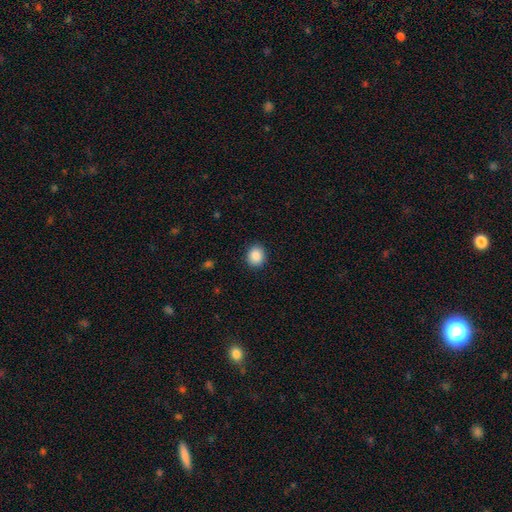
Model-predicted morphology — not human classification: Smooth or featured? Predicted: smooth (p=0.88). How rounded? Predicted: round (p=0.73). Merging? Predicted: none (p=0.90).